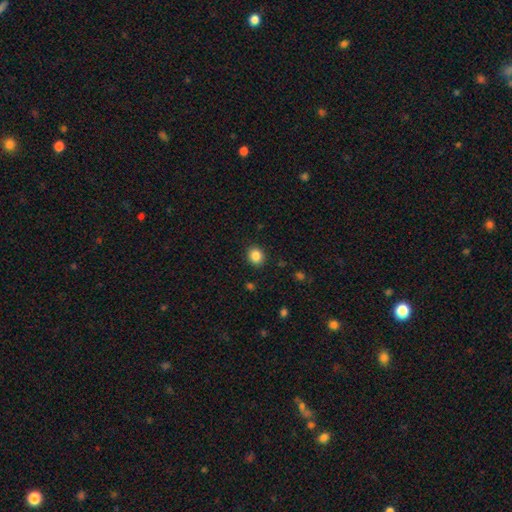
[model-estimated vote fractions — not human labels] smooth 86%, star or artifact 10%, featured or disk 4%. Down the decision tree: how rounded — round (77%); merging — none (90%).